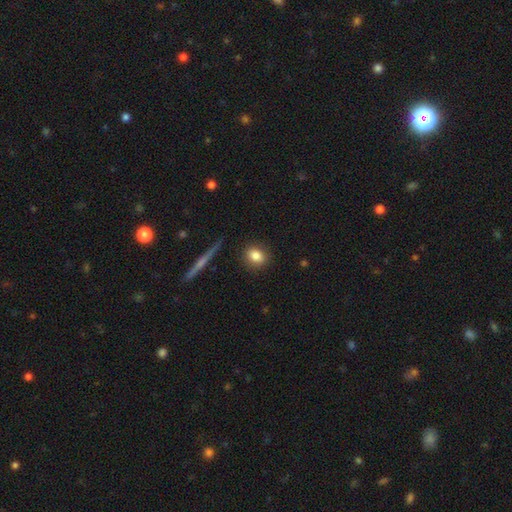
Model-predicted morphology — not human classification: smooth_or_featured: smooth (p=0.83) [alt: star or artifact p=0.09]
how_rounded: round (p=0.58) [alt: in between p=0.40]
merging: none (p=0.88) [alt: minor disturbance p=0.08]